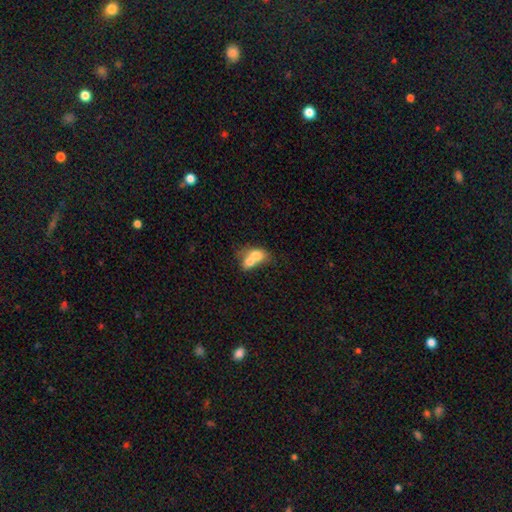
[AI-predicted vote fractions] smooth-or-featured: smooth: 67% | featured or disk: 24% | star or artifact: 8%
  how-rounded: in between: 62% | round: 36% | cigar-shaped: 2%
  merging: merger: 76% | none: 15% | minor disturbance: 6% | major disturbance: 4%